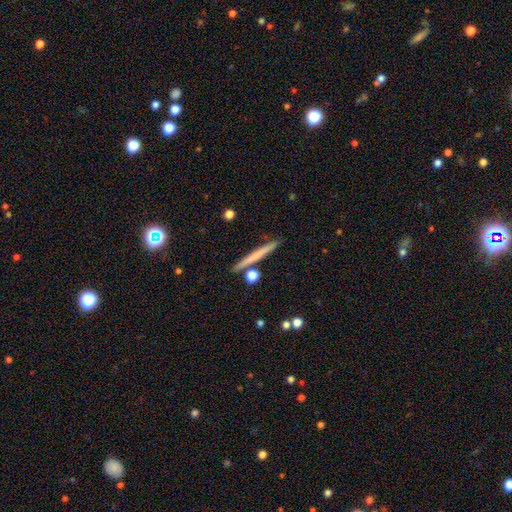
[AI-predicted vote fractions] A smooth galaxy with no disk features (56%) that is cigar-shaped (96%).

Vote fractions:
- Smooth or featured? smooth: 56% / featured or disk: 37% / star or artifact: 7%
- How rounded? cigar-shaped: 96% / in between: 2% / round: 2%
- Merging? none: 87% / minor disturbance: 7% / merger: 4% / major disturbance: 2%